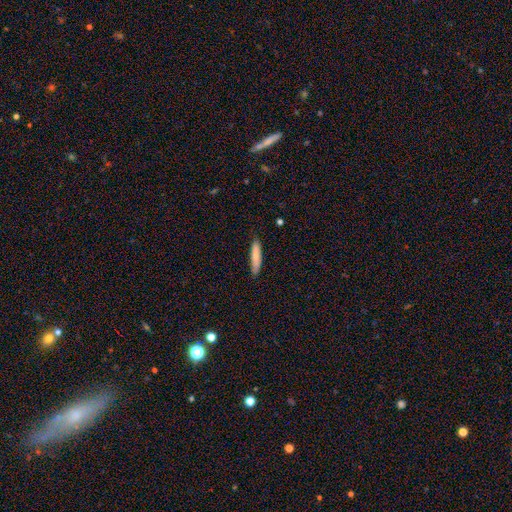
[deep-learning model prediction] smooth-or-featured: smooth: 78% | featured or disk: 16% | star or artifact: 6%
  how-rounded: cigar-shaped: 84% | in between: 15% | round: 1%
  merging: none: 85% | minor disturbance: 12% | major disturbance: 2% | merger: 1%